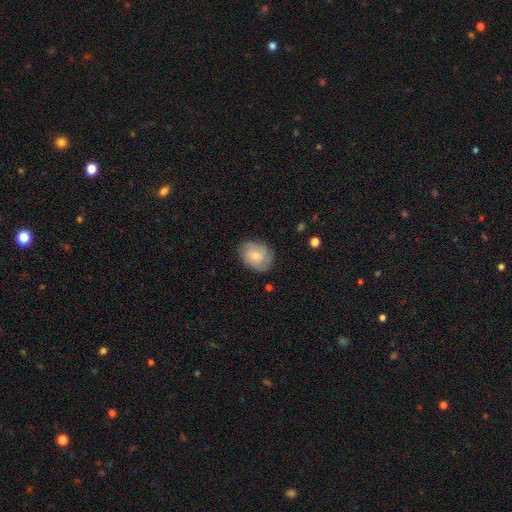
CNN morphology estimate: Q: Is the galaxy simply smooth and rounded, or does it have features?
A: smooth — 53%.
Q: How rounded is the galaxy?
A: in between — 51%.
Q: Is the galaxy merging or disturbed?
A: none — 76%.